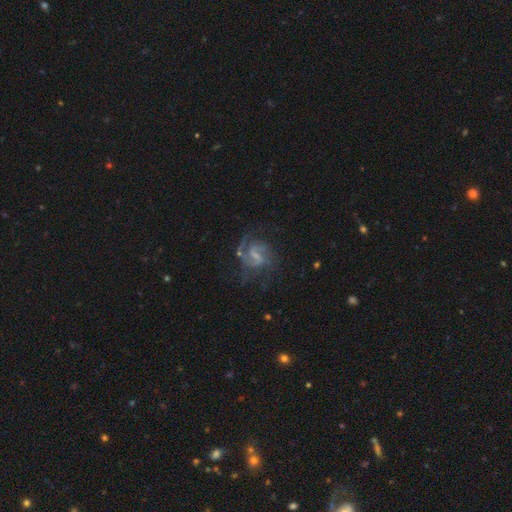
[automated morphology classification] smooth_or_featured: featured or disk (p=0.84) [alt: smooth p=0.08]
disk_edge_on: no (p=0.98) [alt: yes p=0.02]
bar: weak (p=0.53) [alt: strong p=0.29]
has_spiral_arms: yes (p=0.94) [alt: no p=0.06]
spiral_winding: medium (p=0.52) [alt: tight p=0.27]
spiral_arm_count: 2 (p=0.65) [alt: can't tell p=0.12]
bulge_size: small (p=0.43) [alt: none p=0.36]
merging: none (p=0.59) [alt: major disturbance p=0.19]